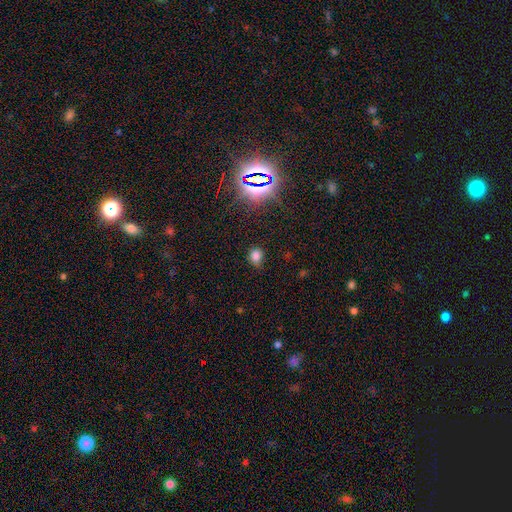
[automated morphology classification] This is likely a smooth galaxy (75%). How rounded: possibly round (56%). Merging: likely none (76%).